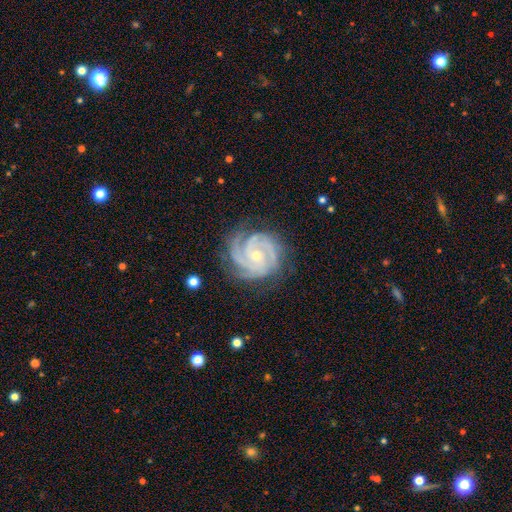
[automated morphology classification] Overall: featured or disk (93%). Edge-on disk: no (98%). Bar: no (70%). Spiral arms: yes (99%). Spiral arm count: 3 (54%; 4 23%). Spiral winding: tight (74%). Bulge size: small (61%; moderate 37%). Merging: none (78%).